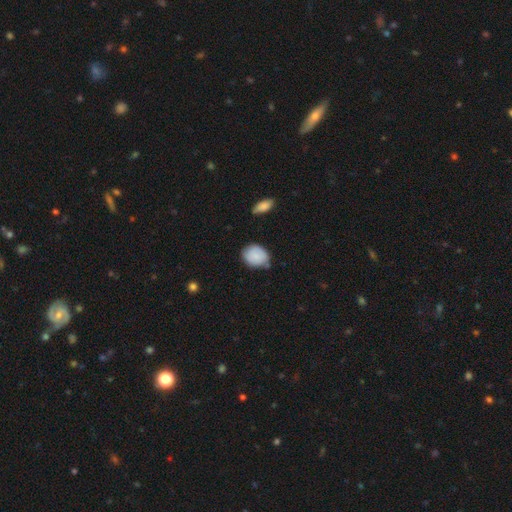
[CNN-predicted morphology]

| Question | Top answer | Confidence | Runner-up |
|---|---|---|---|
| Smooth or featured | smooth | 84% | featured or disk (9%) |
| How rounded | round | 54% | in between (45%) |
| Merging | none | 61% | minor disturbance (29%) |